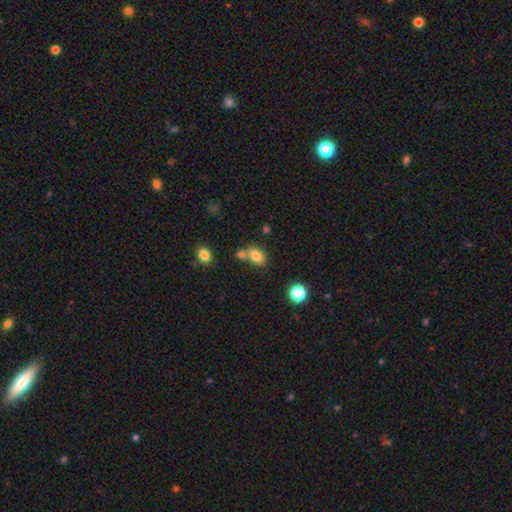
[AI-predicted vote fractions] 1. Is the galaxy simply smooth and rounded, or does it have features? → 80% smooth, 11% star or artifact, 9% featured or disk.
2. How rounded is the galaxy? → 81% in between, 17% round, 2% cigar-shaped.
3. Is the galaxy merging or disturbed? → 51% none, 33% merger, 12% minor disturbance, 4% major disturbance.